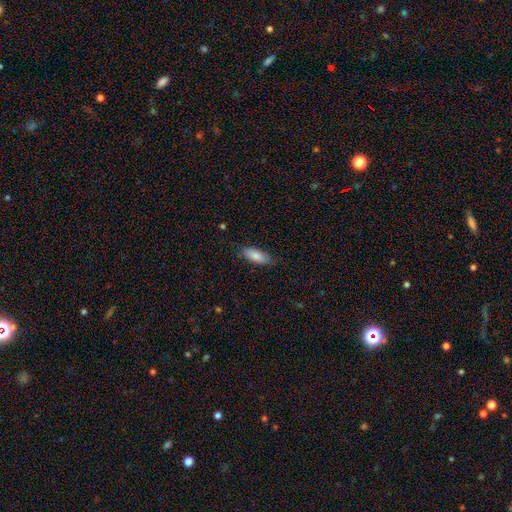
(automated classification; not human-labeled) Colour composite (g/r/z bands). It shows a smooth galaxy with no disk features (83%) that is in between round and cigar-shaped (72%). Merging: none (78%).